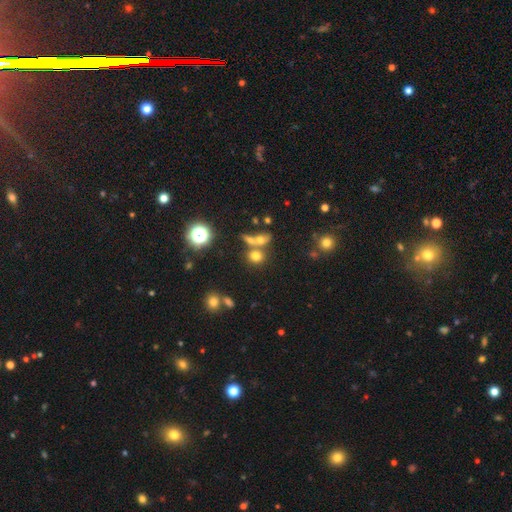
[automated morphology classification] Smooth or featured? Predicted: smooth (p=0.67). How rounded? Predicted: round (p=0.68). Merging? Predicted: none (p=0.50).